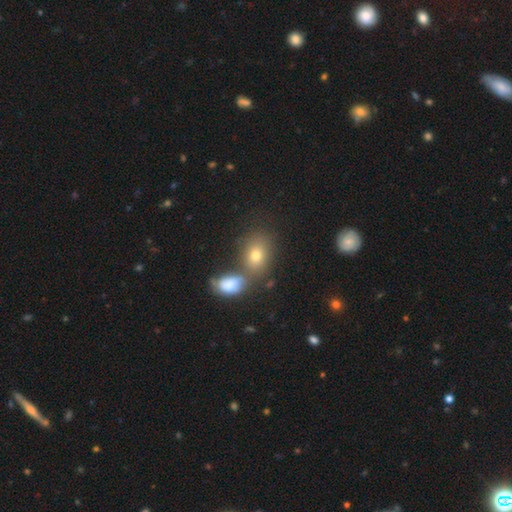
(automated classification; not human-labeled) Q: Smooth or featured?
A: smooth (72%); runner-up: featured or disk (15%)
Q: How rounded?
A: in between (69%); runner-up: round (30%)
Q: Merging?
A: none (51%); runner-up: merger (32%)